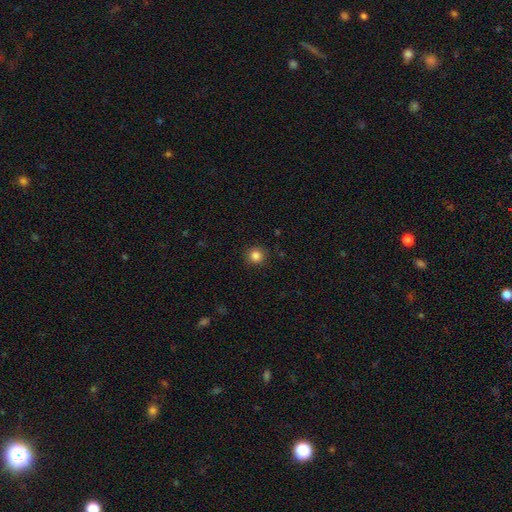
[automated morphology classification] This is clearly a smooth galaxy (85%). How rounded: clearly round (94%). Merging: clearly none (92%).